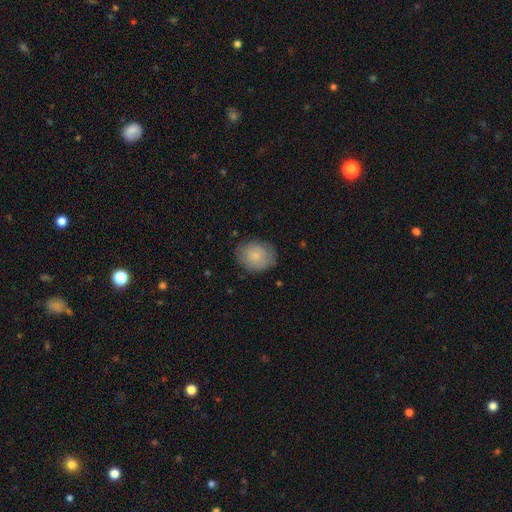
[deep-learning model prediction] Morphology: type=smooth (82%); roundness=round (59%); merging=none (78%).